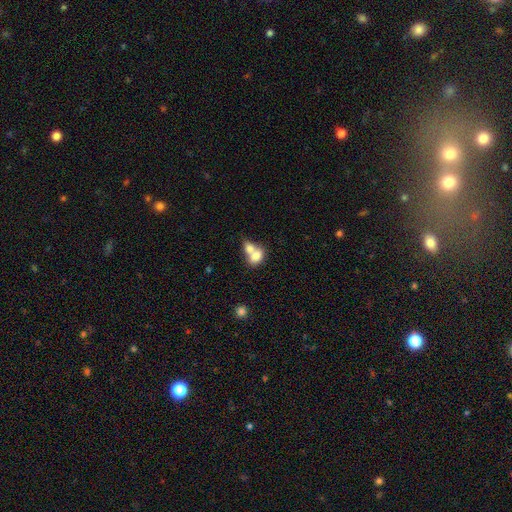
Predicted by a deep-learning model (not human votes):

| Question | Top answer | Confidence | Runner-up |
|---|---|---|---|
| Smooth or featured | smooth | 76% | featured or disk (17%) |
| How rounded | in between | 75% | round (24%) |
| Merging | merger | 71% | none (19%) |